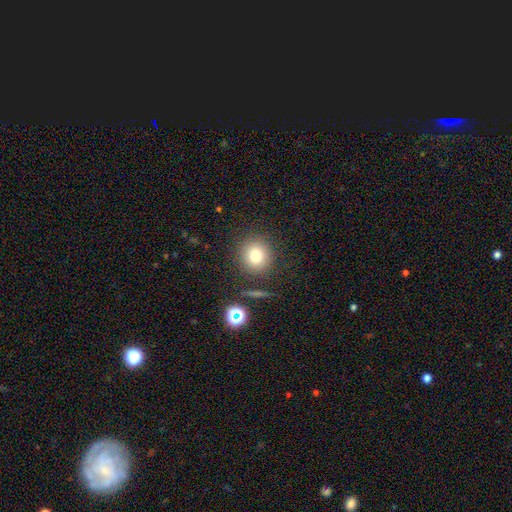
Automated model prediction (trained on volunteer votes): smooth 77%, star or artifact 14%, featured or disk 10%. Down the decision tree: how rounded — round (88%); merging — none (86%).